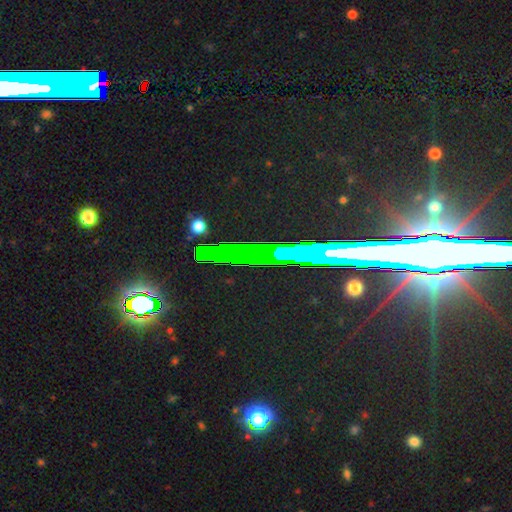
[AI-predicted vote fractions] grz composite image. It shows a star or artifact, not a galaxy (72%).